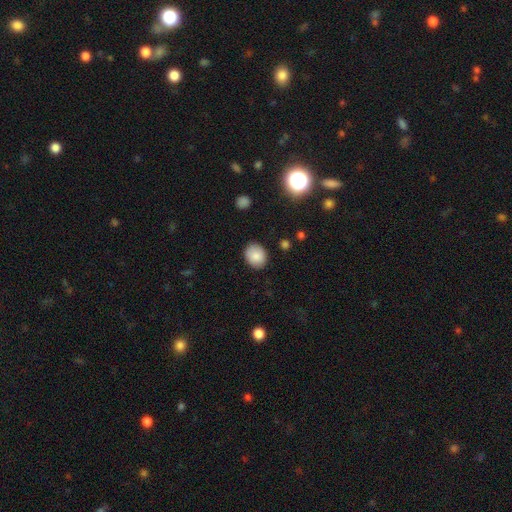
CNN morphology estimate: A smooth galaxy with no disk features (86%) that is in between round and cigar-shaped (50%).

Vote fractions:
- Smooth or featured? smooth: 86% / star or artifact: 8% / featured or disk: 6%
- How rounded? in between: 50% / round: 49% / cigar-shaped: 1%
- Merging? none: 85% / minor disturbance: 11% / major disturbance: 2% / merger: 1%